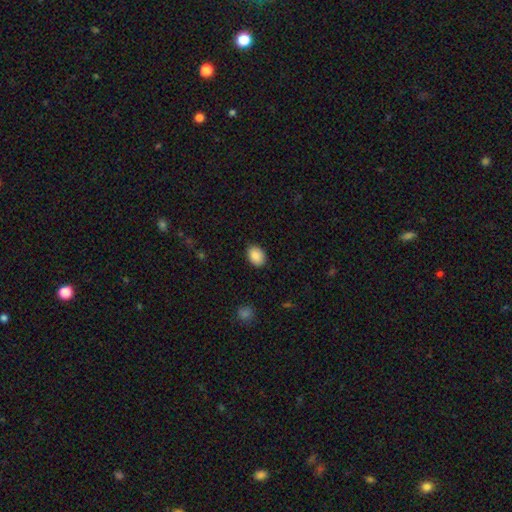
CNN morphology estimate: Smooth or featured?
  - smooth: 88% *
  - star or artifact: 7%
  - featured or disk: 4%
How rounded?
  - in between: 76% *
  - round: 23%
  - cigar-shaped: 1%
Merging?
  - none: 87% *
  - minor disturbance: 10%
  - major disturbance: 2%
  - merger: 1%